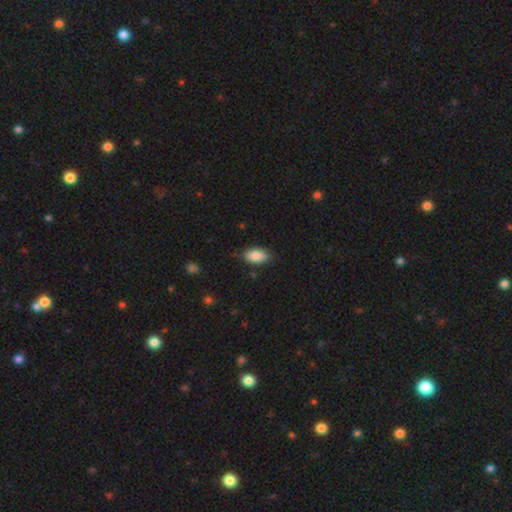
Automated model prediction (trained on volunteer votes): Morphology: type=smooth (87%); roundness=in between (93%); merging=none (80%).